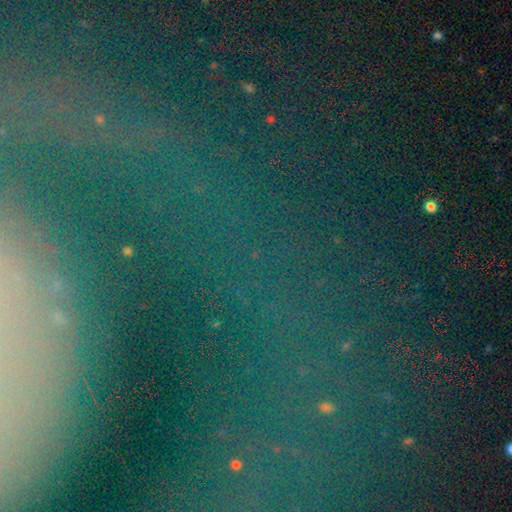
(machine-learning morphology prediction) type=star or artifact (69%).